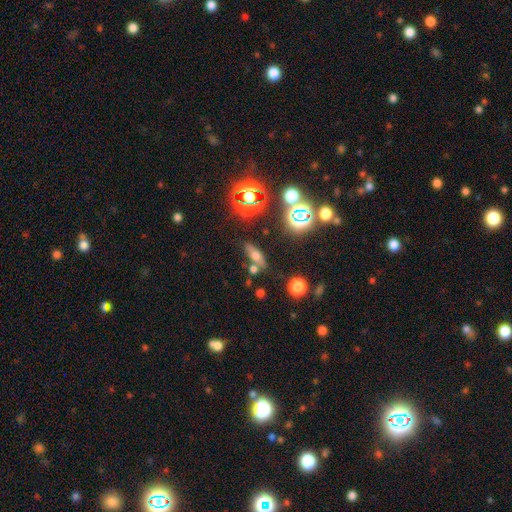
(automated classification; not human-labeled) Morphology: type=smooth (52%); roundness=in between (57%); merging=none (65%).